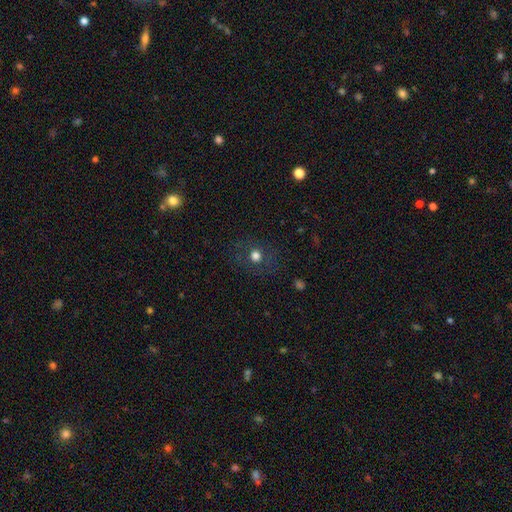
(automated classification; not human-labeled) The model was most divided on "smooth or featured": smooth: 67%, star or artifact: 19%, featured or disk: 14%. More confident: how rounded — round (85%); merging — none (83%).